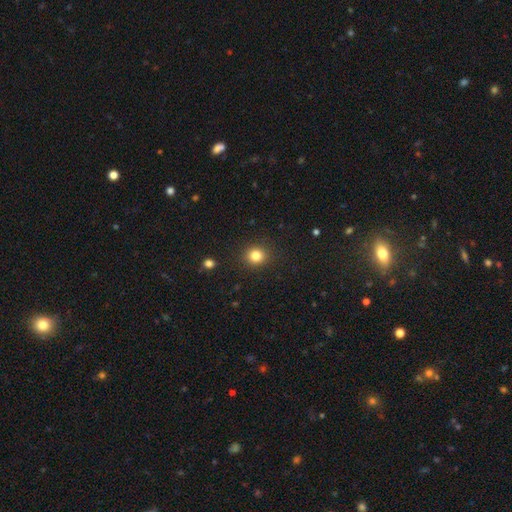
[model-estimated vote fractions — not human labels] Smooth or featured? Predicted: smooth (p=0.82). How rounded? Predicted: round (p=0.87). Merging? Predicted: none (p=0.90).